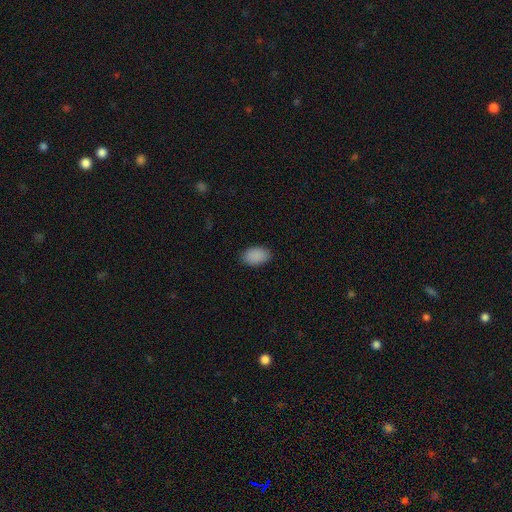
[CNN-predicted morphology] A smooth galaxy with no disk features (90%) that is in between round and cigar-shaped (92%). Merging: none (88%).